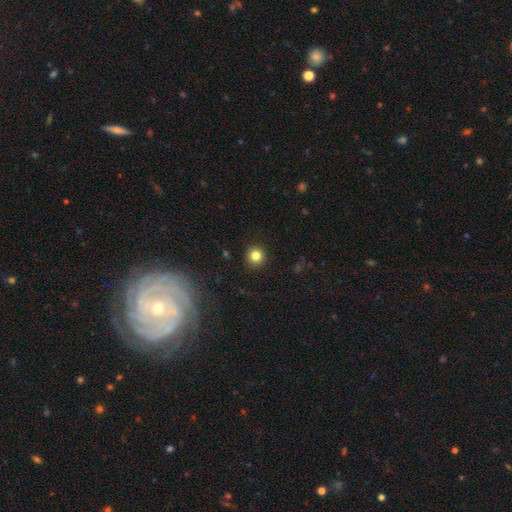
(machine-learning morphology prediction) Overall: smooth (82%). How rounded: round (93%). Merging: none (92%).